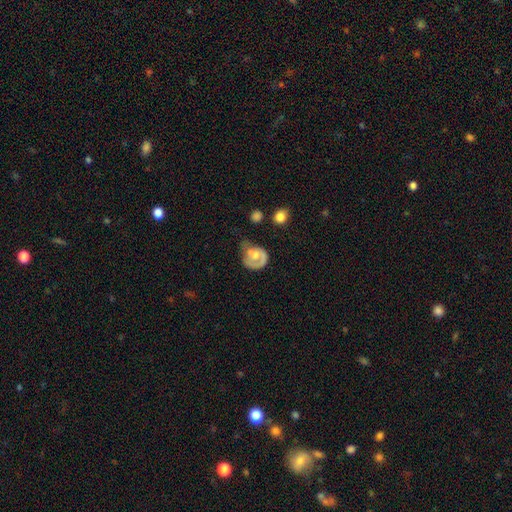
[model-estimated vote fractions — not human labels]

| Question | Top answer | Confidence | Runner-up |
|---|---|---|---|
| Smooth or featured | featured or disk | 56% | smooth (38%) |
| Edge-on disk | no | 98% | yes (2%) |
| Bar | no | 81% | weak (16%) |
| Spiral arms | yes | 61% | no (39%) |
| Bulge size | moderate | 59% | small (26%) |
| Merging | none | 33% | major disturbance (32%) |